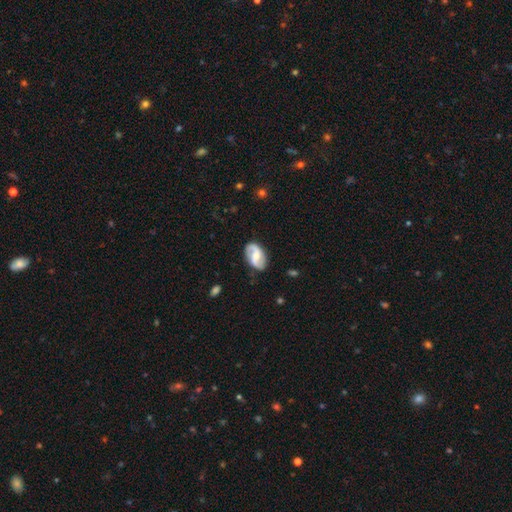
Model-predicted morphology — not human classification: Smooth or featured?
  - featured or disk: 76% *
  - smooth: 19%
  - star or artifact: 5%
Edge-on disk?
  - no: 97% *
  - yes: 3%
Bar?
  - weak: 47% *
  - no: 36%
  - strong: 18%
Spiral arms?
  - yes: 94% *
  - no: 6%
Spiral winding?
  - loose: 46% *
  - medium: 38%
  - tight: 16%
Spiral arm count?
  - 2: 90% *
  - can't tell: 4%
  - 1: 2%
  - 3: 1%
  - 4: 1%
  - more than 4: 1%
Bulge size?
  - moderate: 47% *
  - small: 35%
  - none: 9%
  - large: 7%
  - dominant: 2%
Merging?
  - none: 81% *
  - minor disturbance: 14%
  - major disturbance: 4%
  - merger: 2%